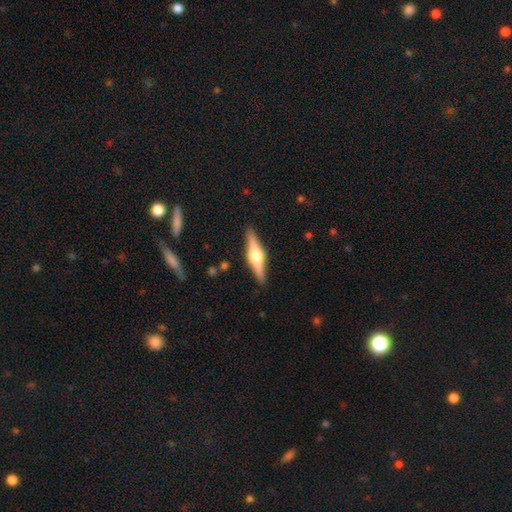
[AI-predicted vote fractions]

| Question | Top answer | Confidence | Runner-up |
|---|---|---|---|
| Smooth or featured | featured or disk | 71% | smooth (24%) |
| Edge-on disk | yes | 97% | no (3%) |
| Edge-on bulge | rounded | 94% | boxy (5%) |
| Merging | none | 90% | minor disturbance (7%) |